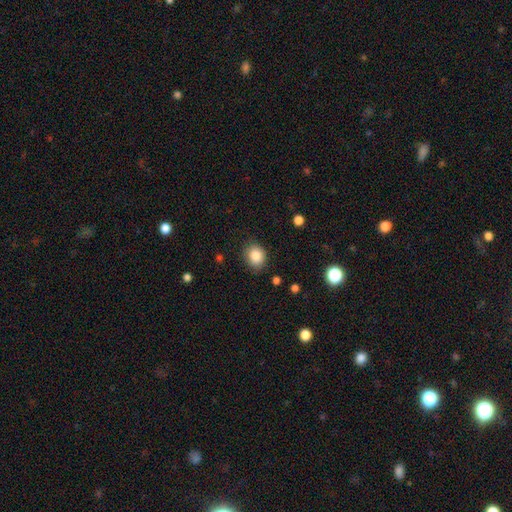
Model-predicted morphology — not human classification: Smooth or featured? smooth (86%)
How rounded? round (61%)
Merging? none (82%)